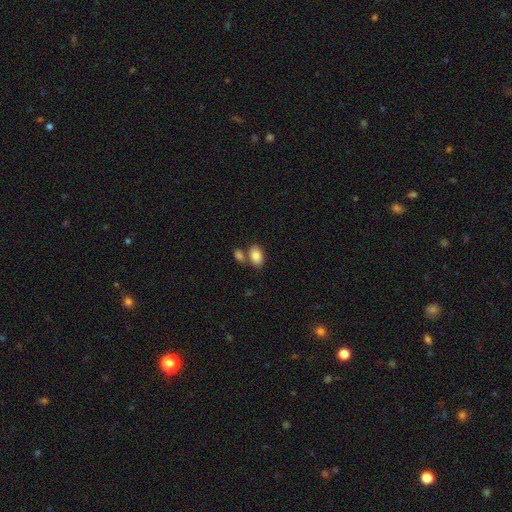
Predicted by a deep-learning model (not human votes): Smooth or featured?
  - smooth: 86% *
  - star or artifact: 7%
  - featured or disk: 7%
How rounded?
  - in between: 90% *
  - round: 9%
  - cigar-shaped: 1%
Merging?
  - none: 57% *
  - merger: 29%
  - minor disturbance: 11%
  - major disturbance: 3%